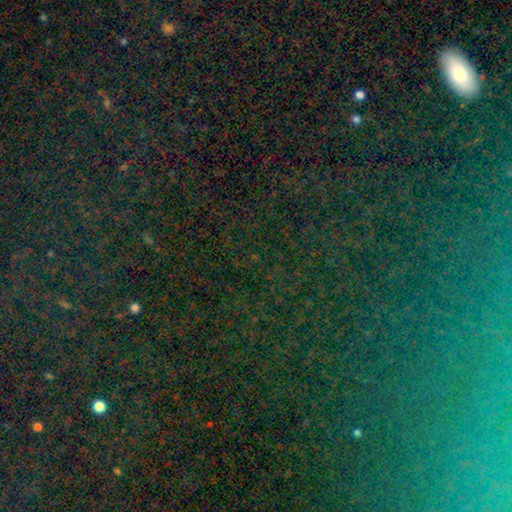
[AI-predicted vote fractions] Smooth or featured?
  - star or artifact: 84% *
  - smooth: 10%
  - featured or disk: 7%